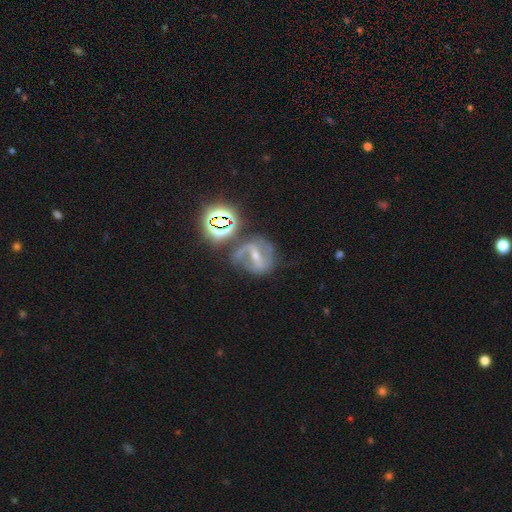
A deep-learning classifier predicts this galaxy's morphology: smooth_or_featured: featured or disk (p=0.70) [alt: star or artifact p=0.18]
disk_edge_on: no (p=0.95) [alt: yes p=0.05]
bar: strong (p=0.69) [alt: weak p=0.22]
has_spiral_arms: yes (p=0.82) [alt: no p=0.18]
spiral_winding: medium (p=0.48) [alt: tight p=0.26]
spiral_arm_count: 2 (p=0.81) [alt: can't tell p=0.08]
bulge_size: small (p=0.51) [alt: moderate p=0.42]
merging: none (p=0.61) [alt: minor disturbance p=0.18]